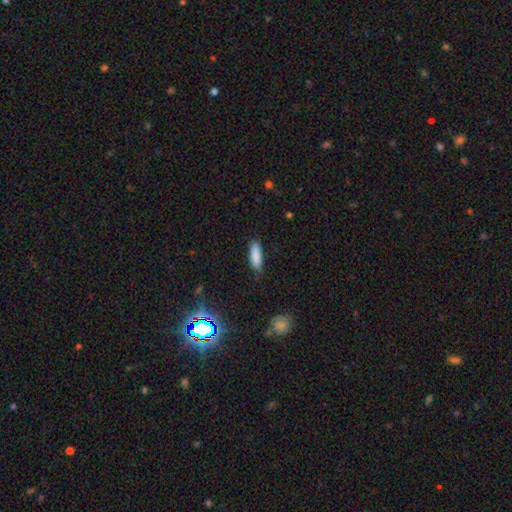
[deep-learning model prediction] Overall: smooth (86%). How rounded: cigar-shaped (52%; in between 46%). Merging: none (82%).